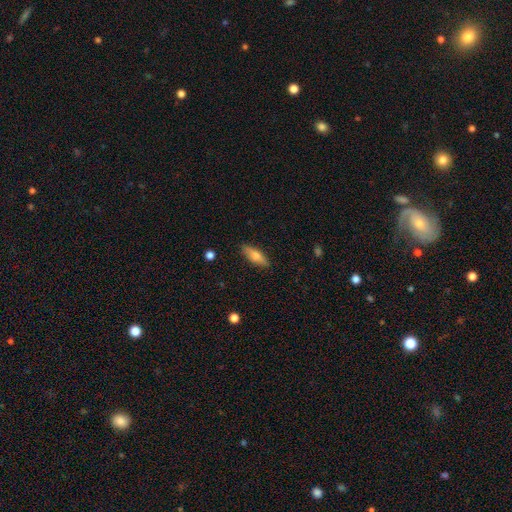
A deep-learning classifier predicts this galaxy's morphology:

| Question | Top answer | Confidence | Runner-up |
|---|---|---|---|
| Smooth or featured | smooth | 71% | featured or disk (22%) |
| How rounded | in between | 59% | cigar-shaped (39%) |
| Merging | none | 87% | minor disturbance (10%) |